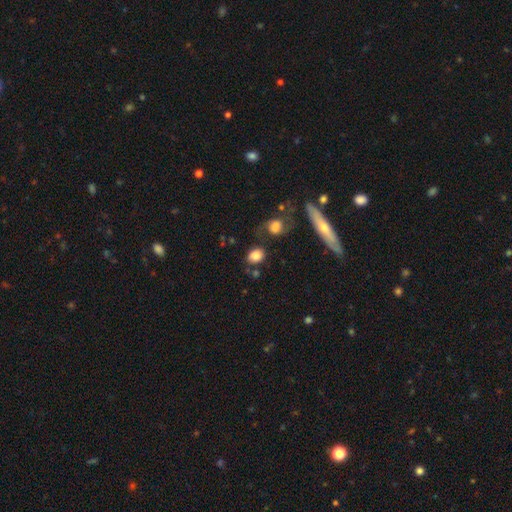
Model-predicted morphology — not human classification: A smooth galaxy with no disk features (83%) that is in between round and cigar-shaped (52%).

Vote fractions:
- Smooth or featured? smooth: 83% / star or artifact: 9% / featured or disk: 8%
- How rounded? in between: 52% / round: 46% / cigar-shaped: 2%
- Merging? none: 66% / minor disturbance: 16% / merger: 11% / major disturbance: 7%